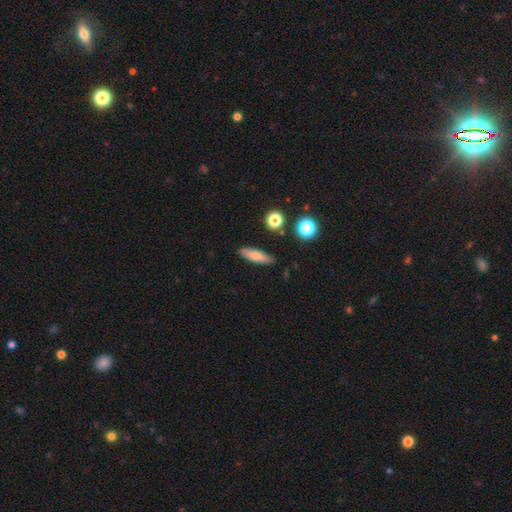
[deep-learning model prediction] A smooth galaxy with no disk features (77%) that is cigar-shaped (61%). Merging: none (86%).